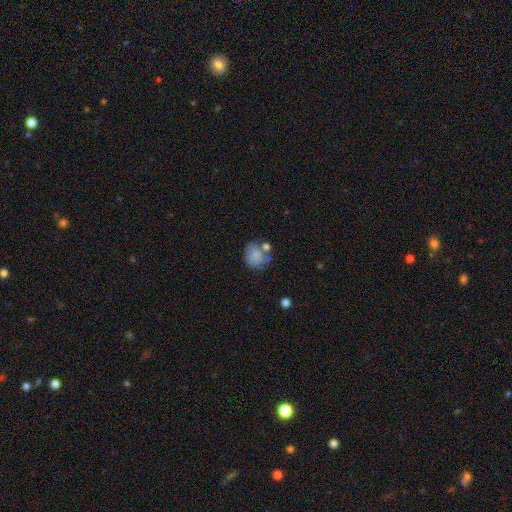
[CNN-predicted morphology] A smooth galaxy with no disk features (76%) that is round (74%).

Vote fractions:
- Smooth or featured? smooth: 76% / featured or disk: 14% / star or artifact: 10%
- How rounded? round: 74% / in between: 25% / cigar-shaped: 1%
- Merging? none: 48% / minor disturbance: 24% / merger: 17% / major disturbance: 12%